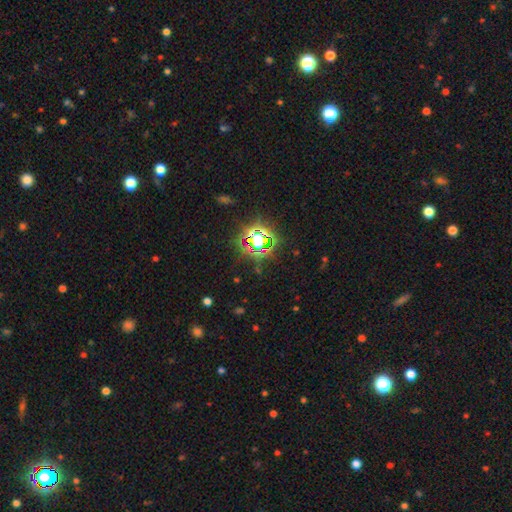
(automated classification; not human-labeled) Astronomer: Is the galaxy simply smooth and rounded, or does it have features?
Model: star or artifact — 78%.